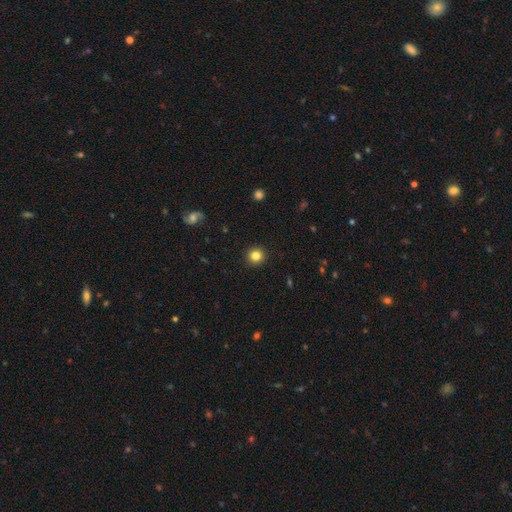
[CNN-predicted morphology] Smooth or featured: smooth — 84% (star or artifact — 11%)
How rounded: round — 94% (in between — 5%)
Merging: none — 93% (minor disturbance — 5%)